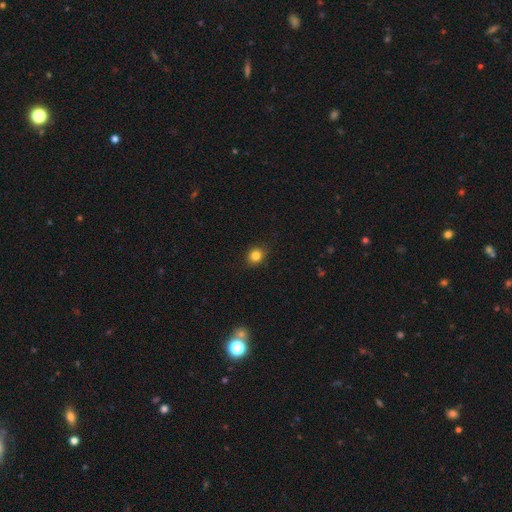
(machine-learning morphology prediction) type=smooth (83%); roundness=round (73%); merging=none (89%).